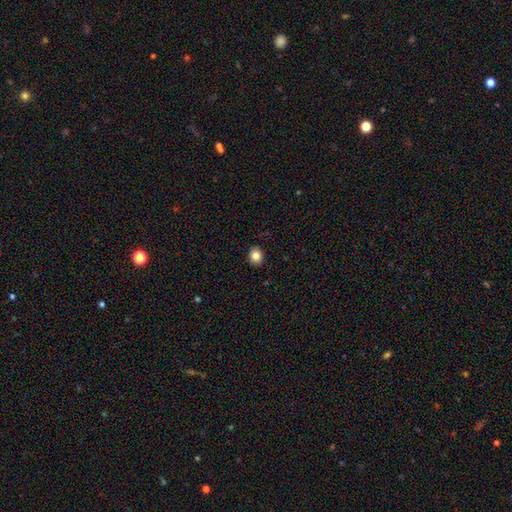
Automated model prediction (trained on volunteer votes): A smooth galaxy with no disk features (84%) that is round (55%).

Vote fractions:
- Smooth or featured? smooth: 84% / star or artifact: 10% / featured or disk: 7%
- How rounded? round: 55% / in between: 44% / cigar-shaped: 1%
- Merging? none: 90% / minor disturbance: 7% / major disturbance: 2% / merger: 1%